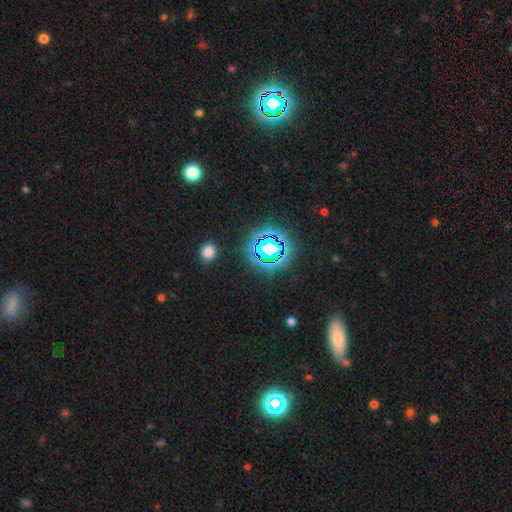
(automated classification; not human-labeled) This appears to be a star or artifact, not a galaxy (70%).